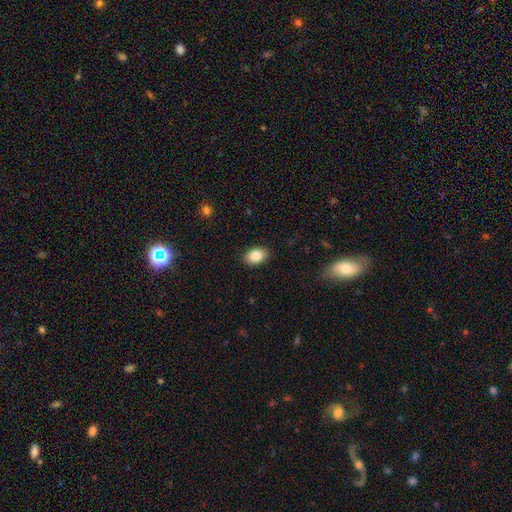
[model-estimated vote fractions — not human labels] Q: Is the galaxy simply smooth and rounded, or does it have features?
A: smooth — 85%.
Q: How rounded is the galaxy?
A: in between — 84%.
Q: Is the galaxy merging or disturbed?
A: none — 89%.